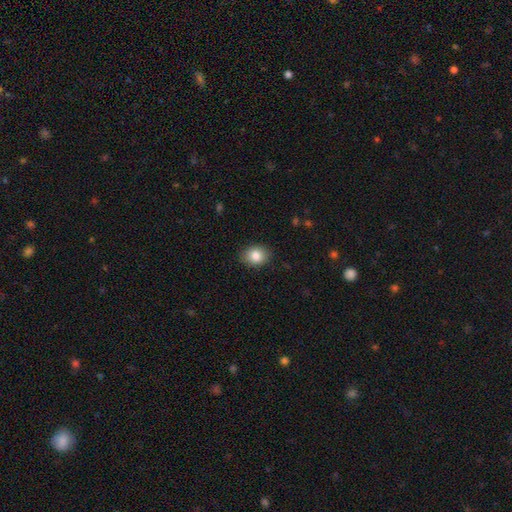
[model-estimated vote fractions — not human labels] The model was most divided on "how rounded": in between: 54%, round: 45%, cigar-shaped: 1%. More confident: merging — none (88%); smooth or featured — smooth (84%).